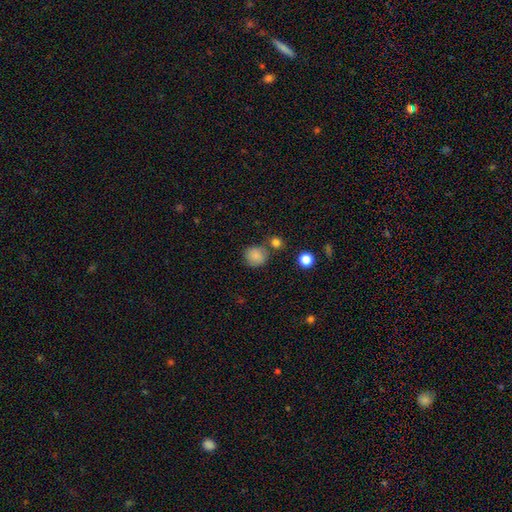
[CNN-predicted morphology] This appears to be a smooth galaxy with no disk features (84%) that is round (85%). Merging: none (73%).